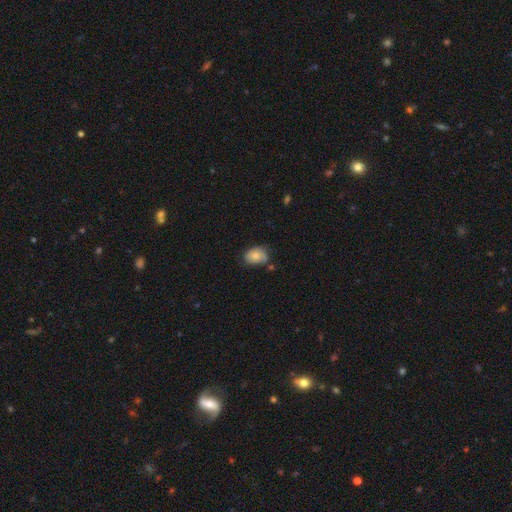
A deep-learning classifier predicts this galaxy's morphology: smooth_or_featured: smooth (p=0.78) [alt: featured or disk p=0.14]
how_rounded: in between (p=0.75) [alt: round p=0.24]
merging: none (p=0.56) [alt: minor disturbance p=0.30]